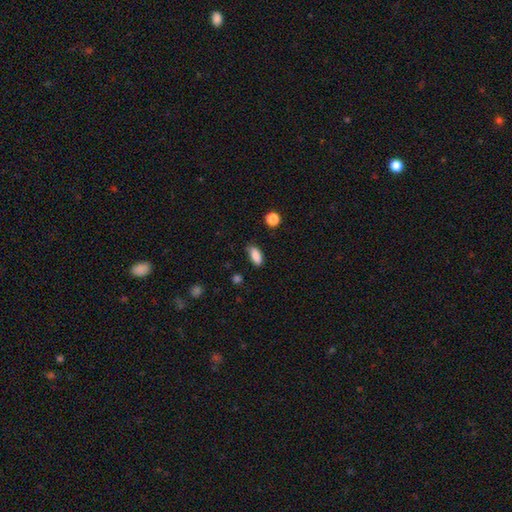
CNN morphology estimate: Smooth or featured? Predicted: smooth (p=0.87). How rounded? Predicted: in between (p=0.87). Merging? Predicted: none (p=0.74).